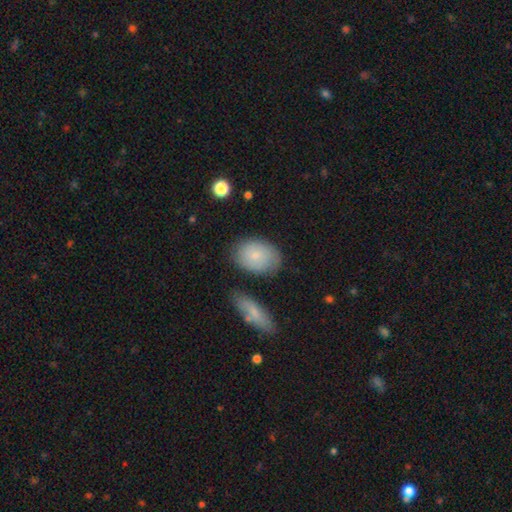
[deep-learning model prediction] Q: Smooth or featured?
A: smooth (71%); runner-up: featured or disk (22%)
Q: How rounded?
A: in between (81%); runner-up: round (18%)
Q: Merging?
A: none (74%); runner-up: minor disturbance (16%)